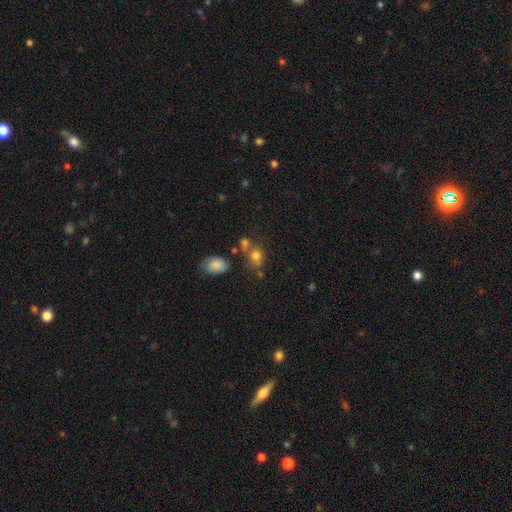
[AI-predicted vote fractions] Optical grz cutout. It shows a smooth galaxy with no disk features (73%) that is round (61%). Merging: none (47%).